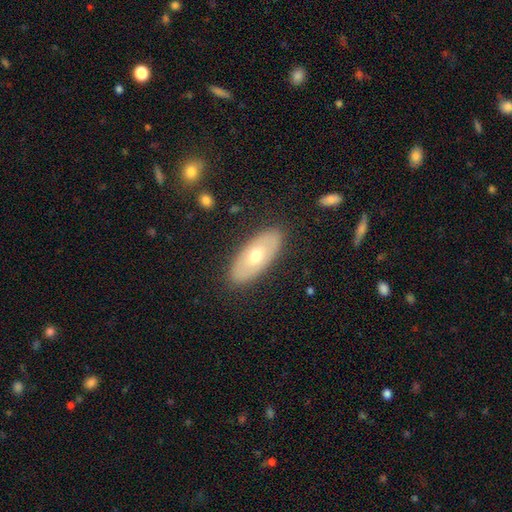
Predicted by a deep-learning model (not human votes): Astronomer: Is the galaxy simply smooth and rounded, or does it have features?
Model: smooth — 54% (runner-up: featured or disk, 40%).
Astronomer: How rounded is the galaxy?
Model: in between — 89%.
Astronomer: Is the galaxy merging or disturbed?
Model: none — 87%.